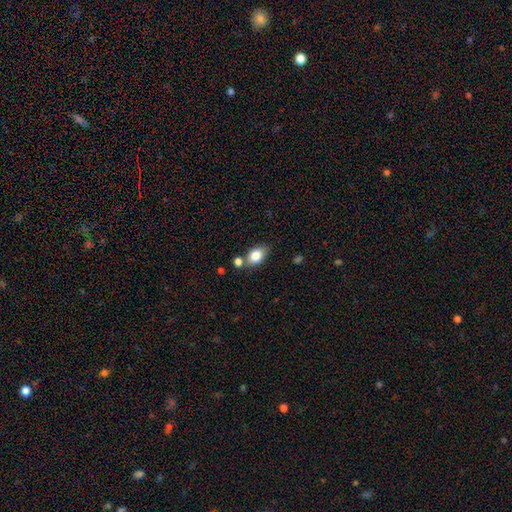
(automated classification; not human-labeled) Overall: smooth (81%). How rounded: in between (80%). Merging: none (64%).